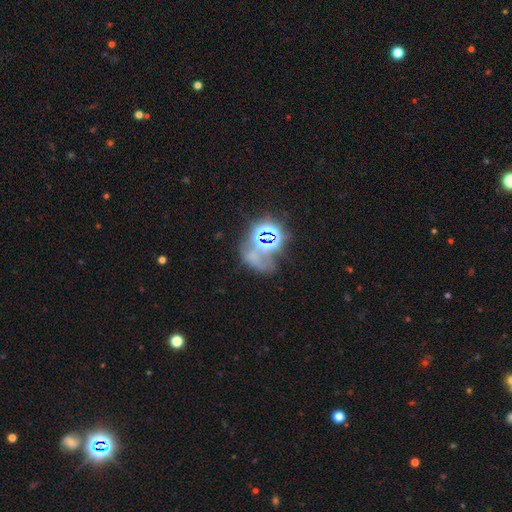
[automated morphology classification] Smooth or featured? star or artifact (56%)